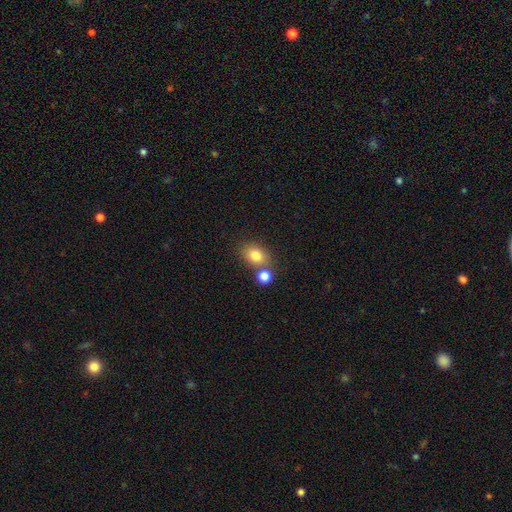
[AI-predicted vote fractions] Smooth or featured? Predicted: smooth (p=0.80). How rounded? Predicted: in between (p=0.58). Merging? Predicted: none (p=0.63).